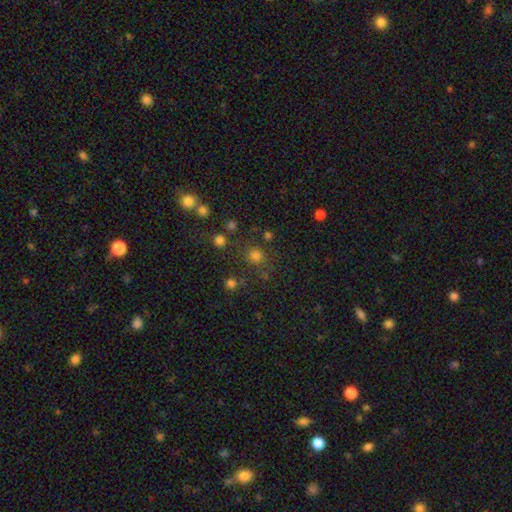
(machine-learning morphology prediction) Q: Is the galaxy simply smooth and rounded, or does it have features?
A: smooth — 70%.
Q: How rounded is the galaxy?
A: round — 86%.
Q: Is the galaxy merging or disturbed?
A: none — 76%.